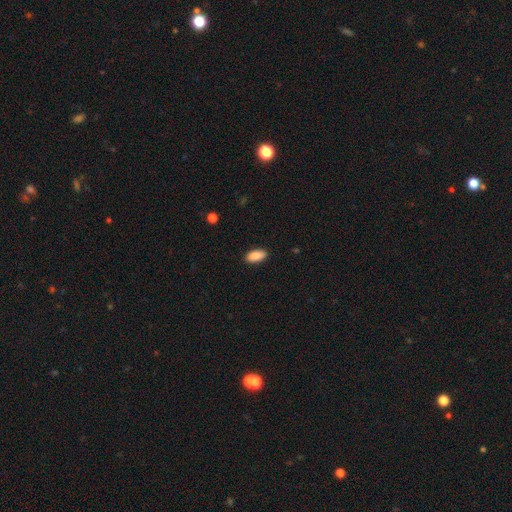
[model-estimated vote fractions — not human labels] Smooth or featured? smooth (89%)
How rounded? in between (91%)
Merging? none (89%)